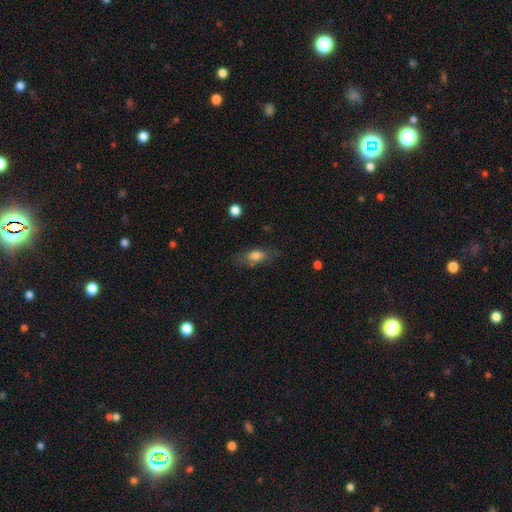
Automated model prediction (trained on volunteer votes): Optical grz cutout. It shows a smooth galaxy with no disk features (69%) that is in between round and cigar-shaped (72%). Merging: none (68%).